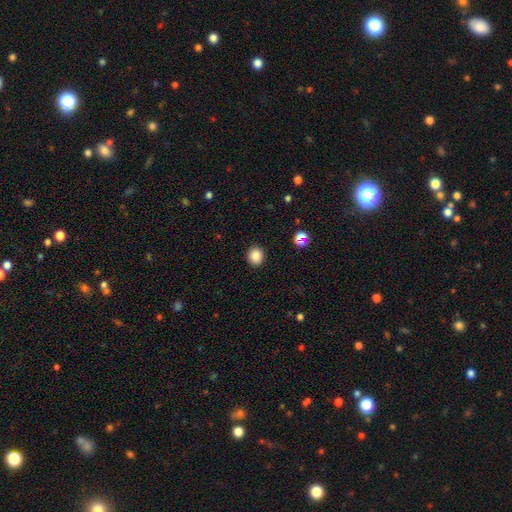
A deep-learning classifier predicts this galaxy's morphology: smooth-or-featured: smooth: 86% | star or artifact: 11% | featured or disk: 3%
  how-rounded: round: 78% | in between: 21% | cigar-shaped: 1%
  merging: none: 91% | minor disturbance: 6% | major disturbance: 2% | merger: 1%